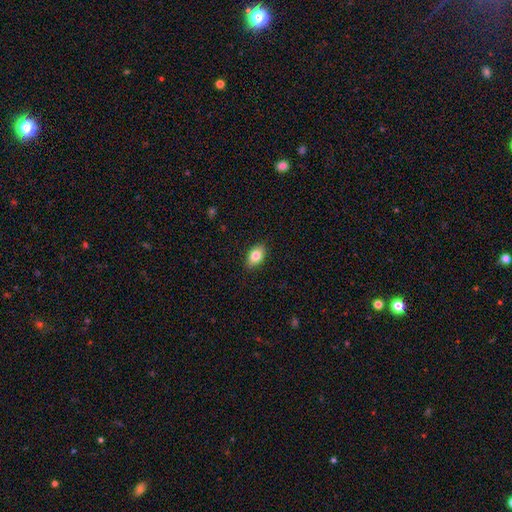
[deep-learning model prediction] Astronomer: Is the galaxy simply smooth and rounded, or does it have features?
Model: smooth — 83%.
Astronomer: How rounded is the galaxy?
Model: in between — 90%.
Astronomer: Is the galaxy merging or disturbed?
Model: none — 88%.